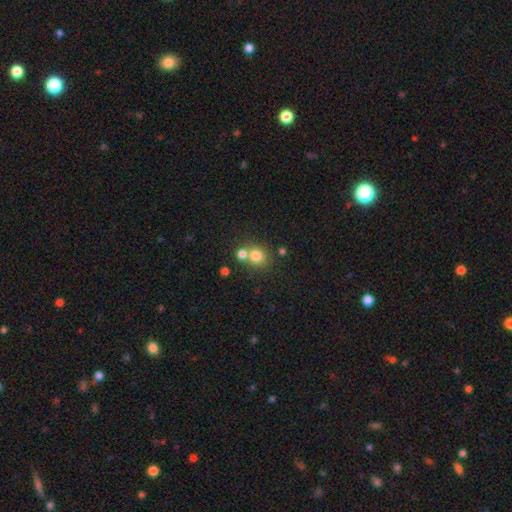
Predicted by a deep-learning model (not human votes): smooth_or_featured: smooth (p=0.78) [alt: star or artifact p=0.12]
how_rounded: round (p=0.79) [alt: in between p=0.20]
merging: none (p=0.51) [alt: merger p=0.38]